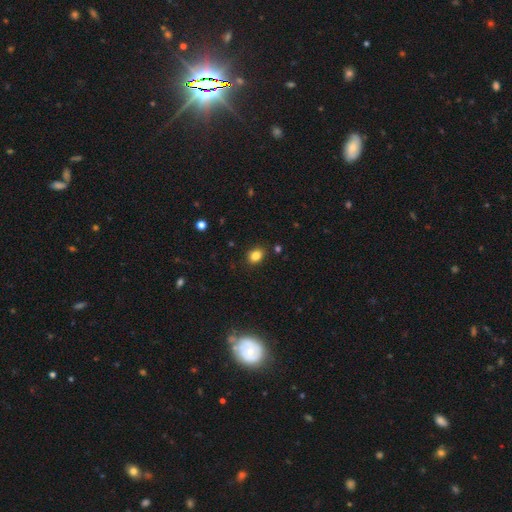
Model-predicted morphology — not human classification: This appears to be a smooth galaxy with no disk features (84%) that is in between round and cigar-shaped (54%). Merging: none (88%).